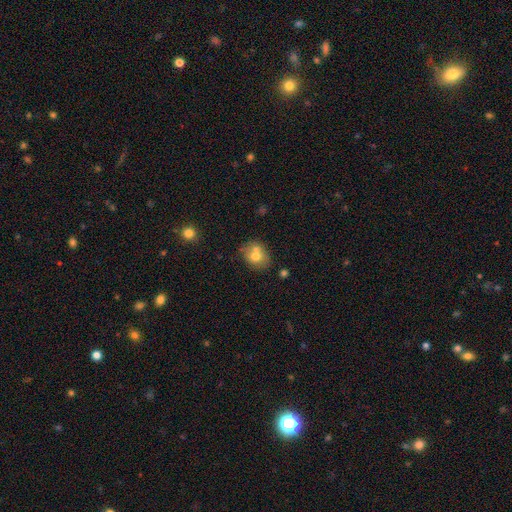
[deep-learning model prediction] Smooth or featured? Predicted: smooth (p=0.71). How rounded? Predicted: round (p=0.54). Merging? Predicted: none (p=0.53).